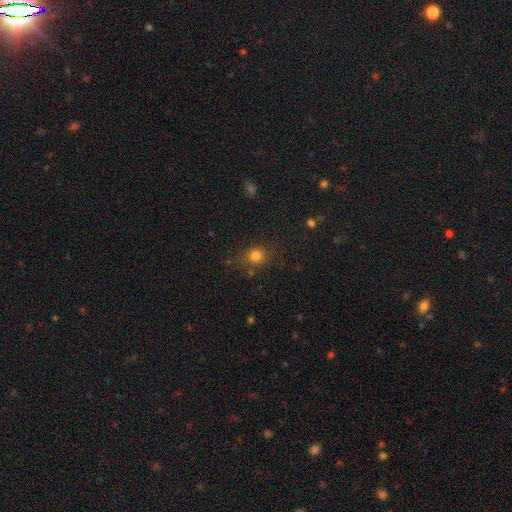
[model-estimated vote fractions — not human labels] Smooth or featured? Predicted: smooth (p=0.80). How rounded? Predicted: round (p=0.74). Merging? Predicted: none (p=0.77).